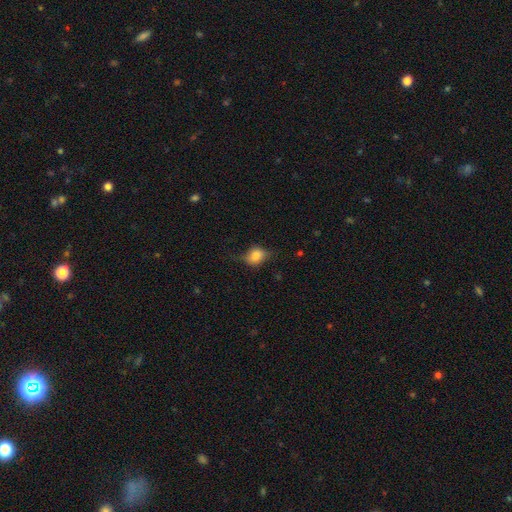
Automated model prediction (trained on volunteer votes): Overall: smooth (78%). How rounded: in between (57%; round 41%). Merging: none (58%; minor disturbance 29%).